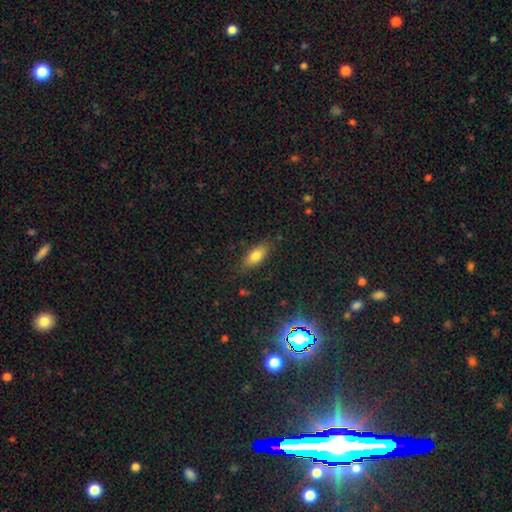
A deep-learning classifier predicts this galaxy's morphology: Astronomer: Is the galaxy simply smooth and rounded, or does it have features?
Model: smooth — 77%.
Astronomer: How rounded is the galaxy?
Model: in between — 82%.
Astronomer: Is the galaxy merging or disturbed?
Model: none — 82%.